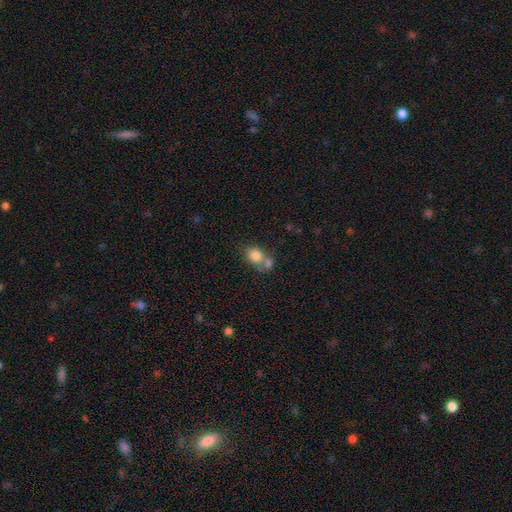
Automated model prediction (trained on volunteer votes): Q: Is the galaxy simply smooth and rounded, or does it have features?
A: smooth — 81%.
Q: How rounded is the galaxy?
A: round — 58%.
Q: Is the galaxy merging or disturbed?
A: merger — 46%.